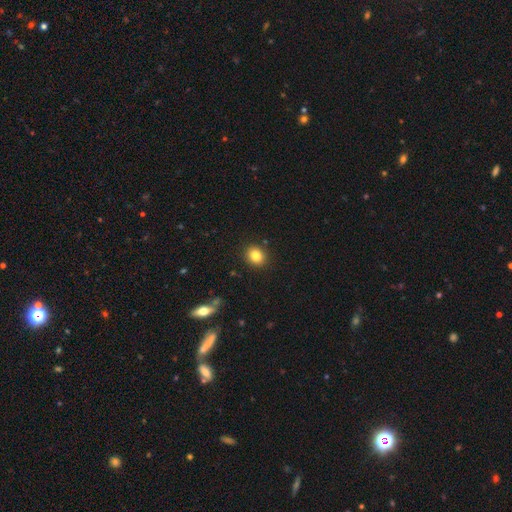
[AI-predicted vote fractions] A smooth galaxy with no disk features (83%) that is round (71%).

Vote fractions:
- Smooth or featured? smooth: 83% / star or artifact: 10% / featured or disk: 6%
- How rounded? round: 71% / in between: 29% / cigar-shaped: 1%
- Merging? none: 90% / minor disturbance: 7% / major disturbance: 2% / merger: 1%